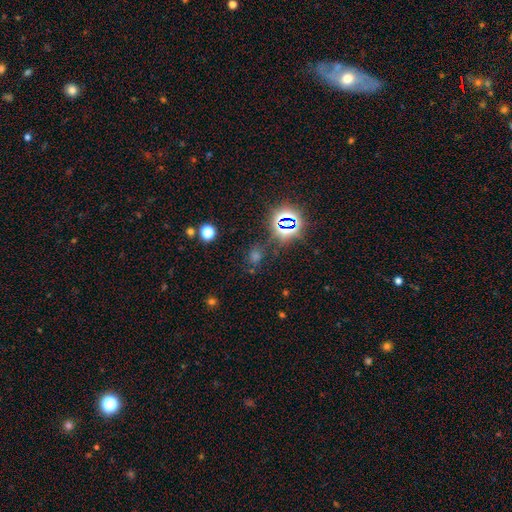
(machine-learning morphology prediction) This is likely a star or artifact rather than a galaxy (61%).